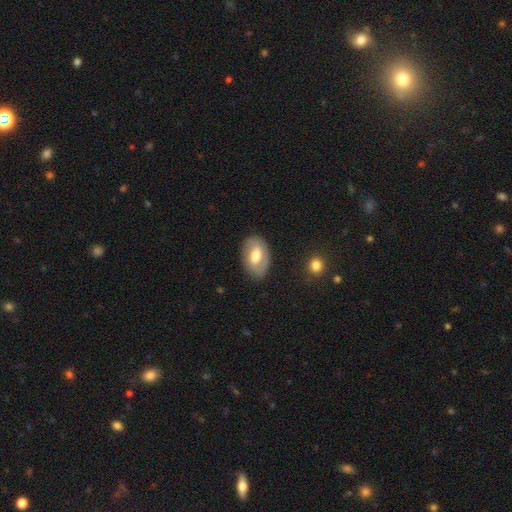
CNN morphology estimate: smooth-or-featured: smooth: 49% | featured or disk: 44% | star or artifact: 6%
  merging: none: 79% | minor disturbance: 15% | major disturbance: 5% | merger: 1%